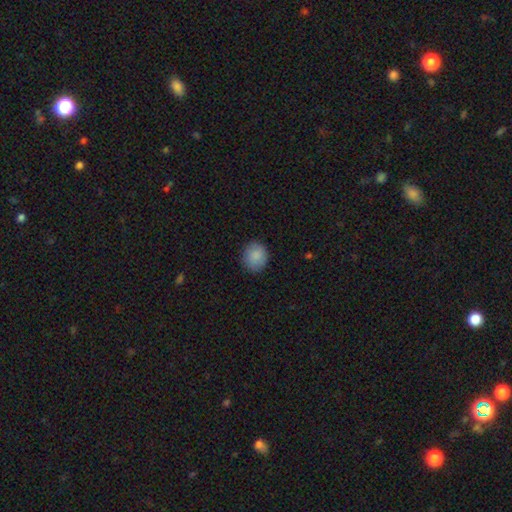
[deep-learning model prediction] Morphology: type=smooth (88%); roundness=round (78%); merging=none (87%).